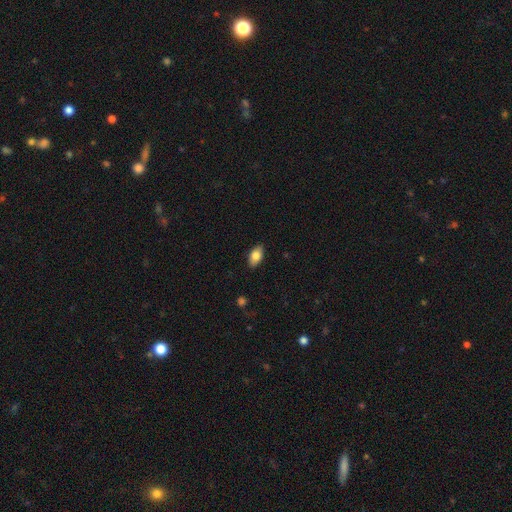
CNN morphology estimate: Smooth or featured? Predicted: smooth (p=0.81). How rounded? Predicted: in between (p=0.91). Merging? Predicted: none (p=0.87).